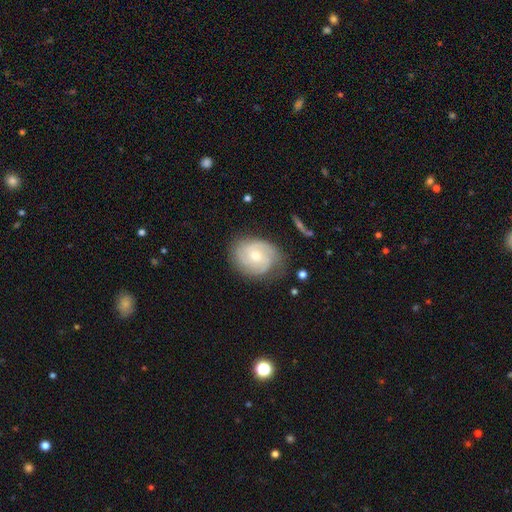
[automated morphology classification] A featured or disk galaxy (79%) with no bar (65%), 2 (40%) tight (58%) spiral arms (95%) and a moderate central bulge (57%).

Vote fractions:
- Smooth or featured? featured or disk: 79% / smooth: 16% / star or artifact: 5%
- Edge-on disk? no: 98% / yes: 2%
- Bar? no: 65% / weak: 31% / strong: 4%
- Spiral arms? yes: 95% / no: 5%
- Spiral winding? tight: 58% / medium: 34% / loose: 8%
- Spiral arm count? 2: 40% / 3: 30% / can't tell: 19% / 4: 5% / 1: 4% / more than 4: 3%
- Bulge size? moderate: 57% / small: 39% / large: 2% / none: 1% / dominant: 1%
- Merging? none: 73% / minor disturbance: 20% / major disturbance: 6% / merger: 2%